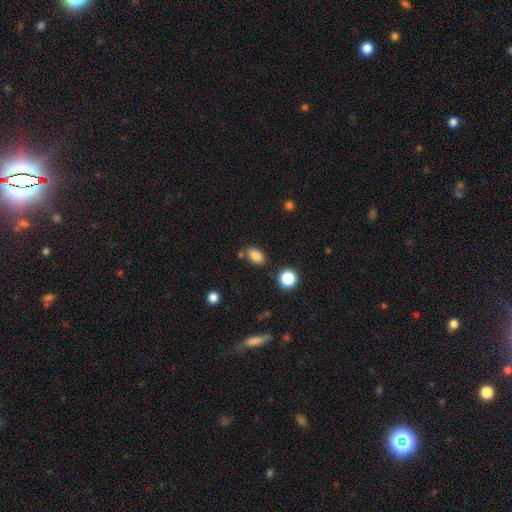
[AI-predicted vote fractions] smooth-or-featured: smooth: 84% | star or artifact: 10% | featured or disk: 5%
  how-rounded: in between: 85% | round: 13% | cigar-shaped: 2%
  merging: none: 74% | minor disturbance: 14% | merger: 9% | major disturbance: 4%